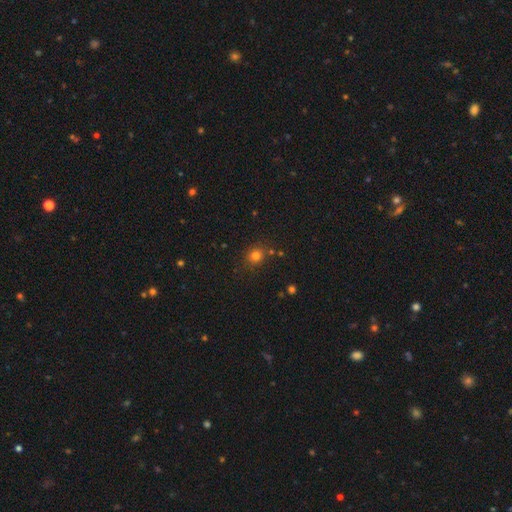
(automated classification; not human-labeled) Smooth or featured?
  - smooth: 78% *
  - star or artifact: 16%
  - featured or disk: 6%
How rounded?
  - round: 76% *
  - in between: 23%
  - cigar-shaped: 1%
Merging?
  - none: 80% *
  - minor disturbance: 11%
  - merger: 5%
  - major disturbance: 3%